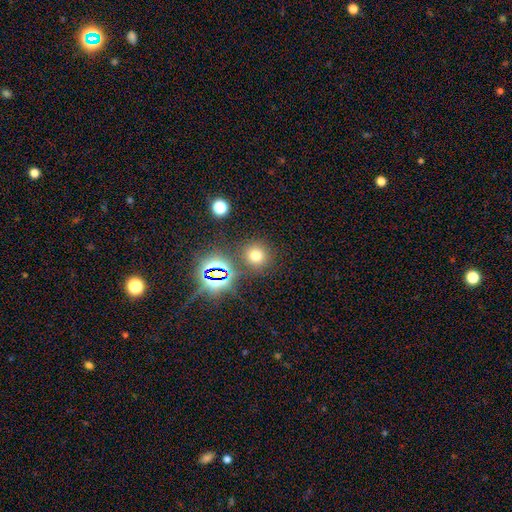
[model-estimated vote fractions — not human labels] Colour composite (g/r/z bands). It shows a smooth galaxy with no disk features (65%) that is round (91%). Merging: none (83%).